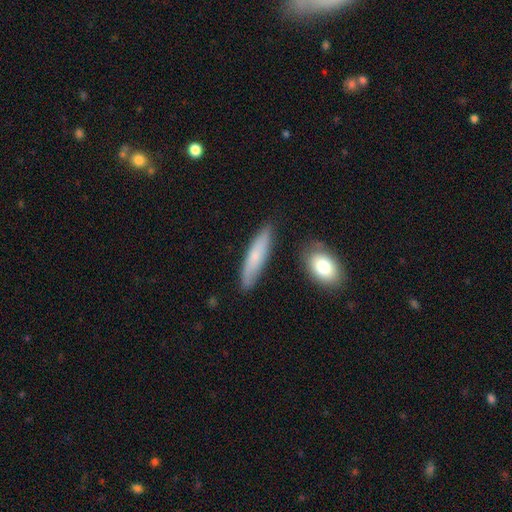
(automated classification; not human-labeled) Q: Smooth or featured?
A: smooth (66%); runner-up: featured or disk (27%)
Q: How rounded?
A: cigar-shaped (77%); runner-up: in between (21%)
Q: Merging?
A: none (80%); runner-up: minor disturbance (14%)